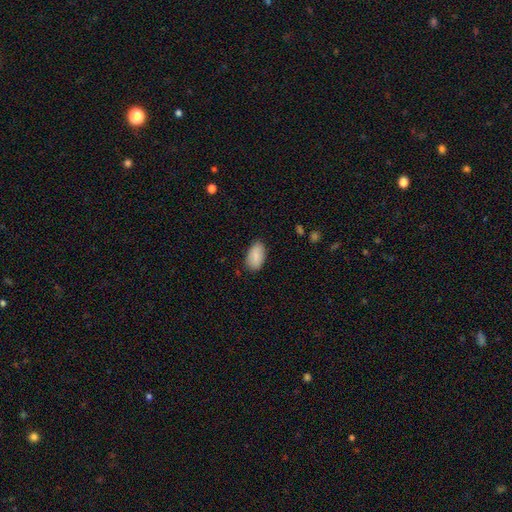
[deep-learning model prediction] Smooth or featured: smooth — 86% (featured or disk — 7%)
How rounded: in between — 94% (round — 4%)
Merging: none — 83% (minor disturbance — 13%)